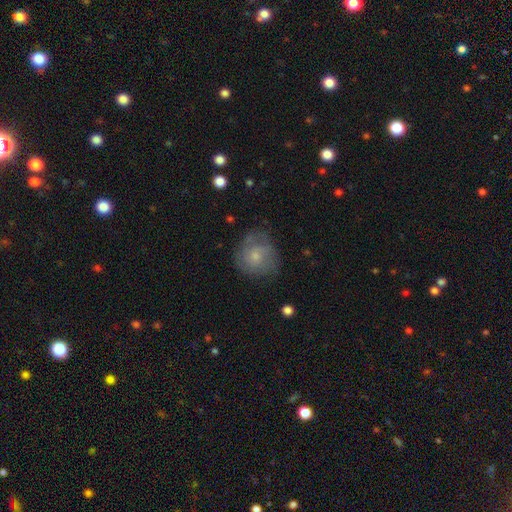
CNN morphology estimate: Smooth or featured? Predicted: smooth (p=0.54). How rounded? Predicted: round (p=0.79). Merging? Predicted: none (p=0.63).